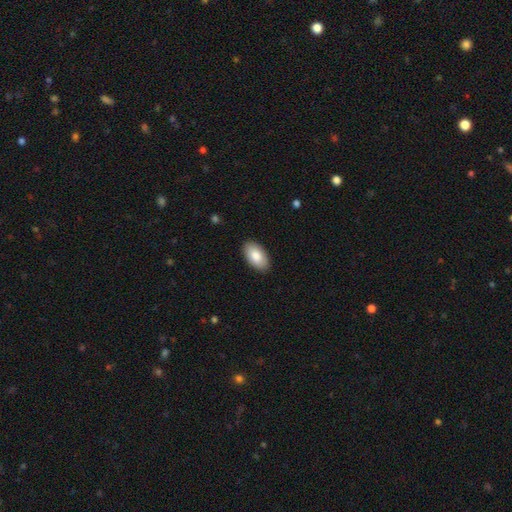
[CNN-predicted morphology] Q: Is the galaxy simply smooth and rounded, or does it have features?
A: smooth — 85%.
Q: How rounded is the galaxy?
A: in between — 96%.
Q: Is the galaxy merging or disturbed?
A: none — 89%.